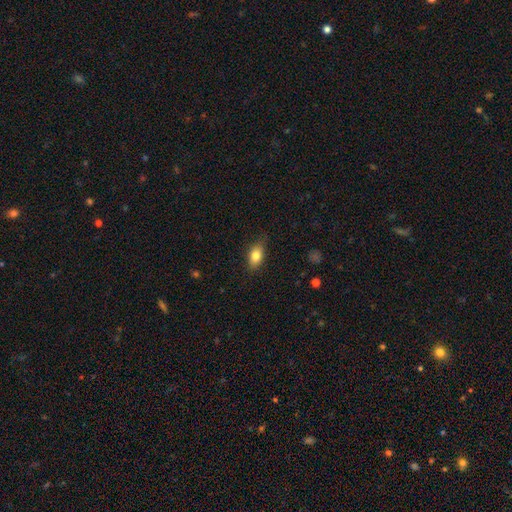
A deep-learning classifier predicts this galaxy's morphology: Smooth or featured? smooth (80%)
How rounded? in between (85%)
Merging? none (80%)